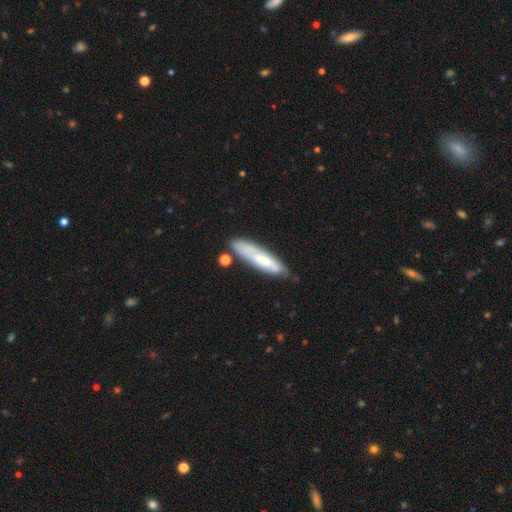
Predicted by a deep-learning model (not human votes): smooth 59%, featured or disk 33%, star or artifact 8%. Down the decision tree: how rounded — cigar-shaped (78%); merging — none (66%).